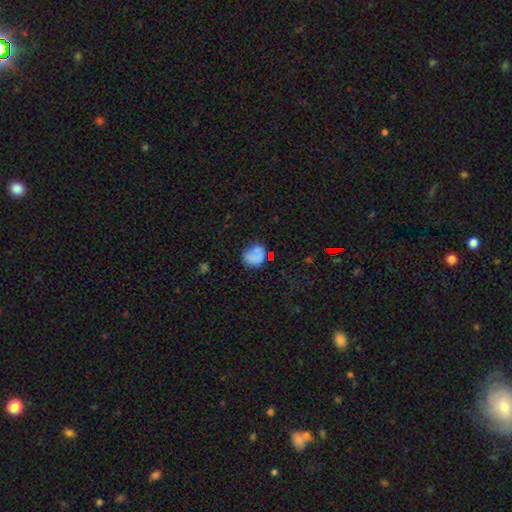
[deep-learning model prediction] Smooth or featured? Predicted: smooth (p=0.72). How rounded? Predicted: round (p=0.64). Merging? Predicted: none (p=0.51).